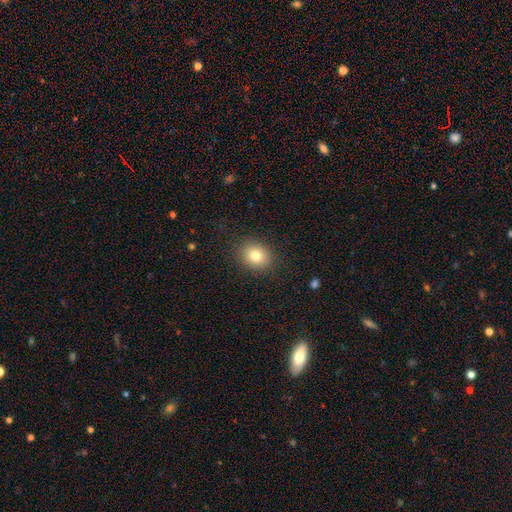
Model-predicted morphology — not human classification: smooth-or-featured: smooth: 80% | star or artifact: 11% | featured or disk: 9%
  how-rounded: round: 68% | in between: 31% | cigar-shaped: 1%
  merging: none: 87% | minor disturbance: 9% | major disturbance: 3% | merger: 1%